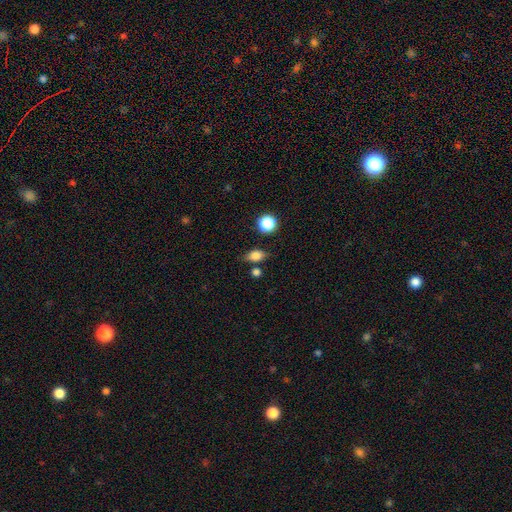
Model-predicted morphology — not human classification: Smooth or featured? Predicted: smooth (p=0.82). How rounded? Predicted: in between (p=0.72). Merging? Predicted: none (p=0.74).